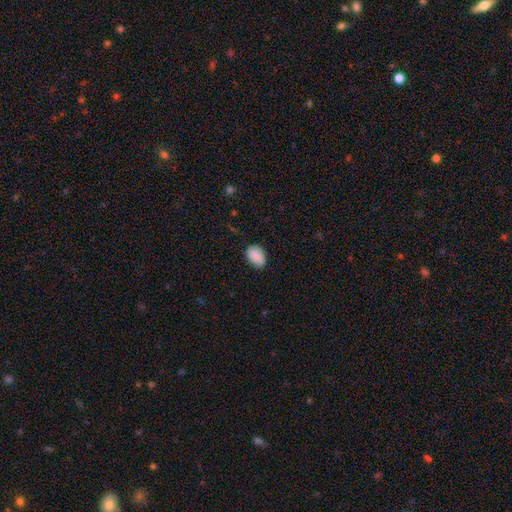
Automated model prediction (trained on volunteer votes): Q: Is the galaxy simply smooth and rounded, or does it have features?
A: smooth — 88%.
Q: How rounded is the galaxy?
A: in between — 83%.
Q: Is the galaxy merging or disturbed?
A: none — 78%.